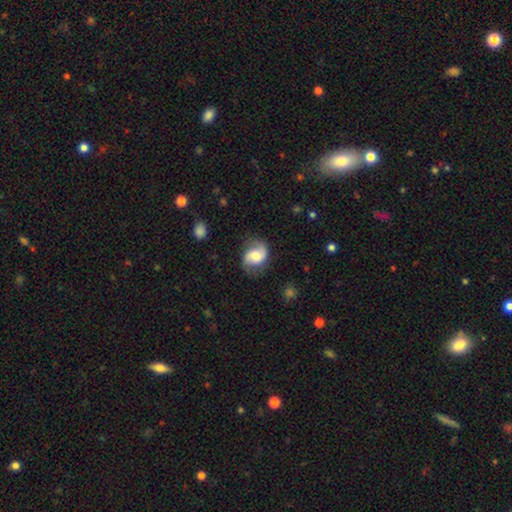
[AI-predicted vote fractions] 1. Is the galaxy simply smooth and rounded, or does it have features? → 66% featured or disk, 27% smooth, 7% star or artifact.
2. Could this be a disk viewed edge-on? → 97% no, 3% yes.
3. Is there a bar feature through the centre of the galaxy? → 56% no, 34% weak, 10% strong.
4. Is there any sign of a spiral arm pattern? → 91% yes, 9% no.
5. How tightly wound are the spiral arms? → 46% loose, 39% medium, 14% tight.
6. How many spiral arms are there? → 88% 2, 5% 1, 5% can't tell, 1% 3, 1% 4, 1% more than 4.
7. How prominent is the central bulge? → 68% moderate, 15% small, 14% large, 2% dominant, 1% none.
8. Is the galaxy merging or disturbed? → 73% none, 19% minor disturbance, 7% major disturbance, 1% merger.